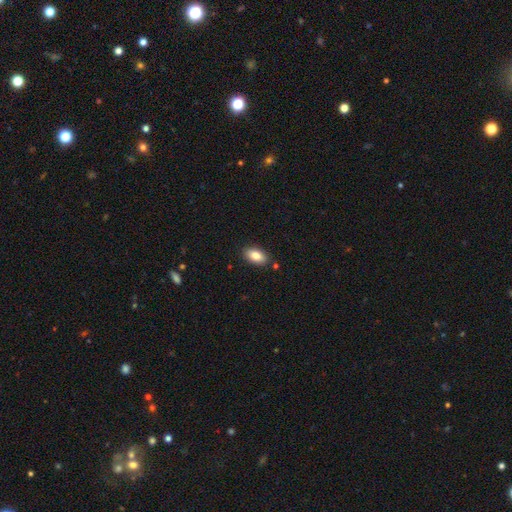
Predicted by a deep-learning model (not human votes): smooth_or_featured: smooth (p=0.84) [alt: featured or disk p=0.08]
how_rounded: in between (p=0.92) [alt: round p=0.05]
merging: none (p=0.87) [alt: minor disturbance p=0.09]